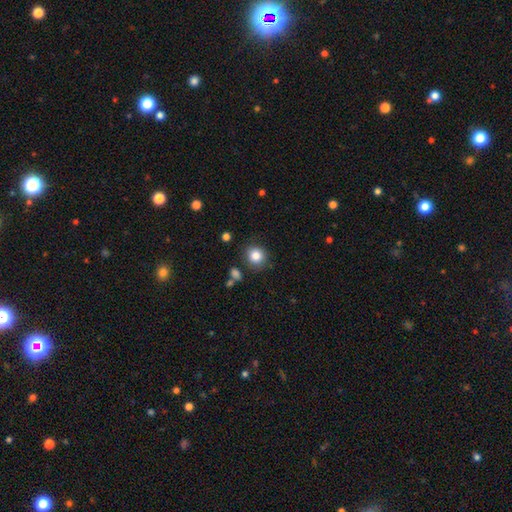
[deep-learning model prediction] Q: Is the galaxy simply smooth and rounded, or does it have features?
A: smooth — 84%.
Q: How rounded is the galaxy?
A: round — 88%.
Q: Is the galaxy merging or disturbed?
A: none — 84%.